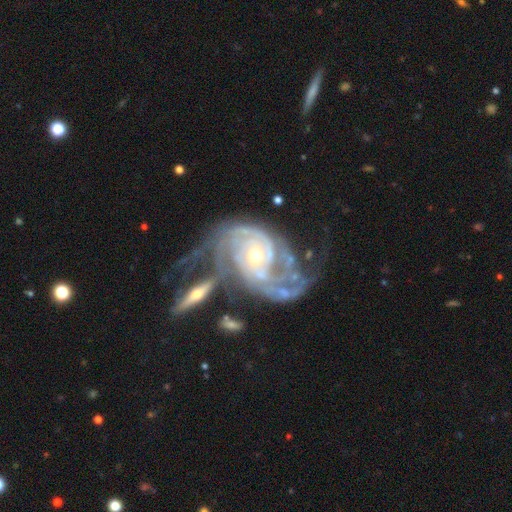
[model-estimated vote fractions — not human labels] This appears to be a featured or disk galaxy (91%) with no bar (70%), 2 (35%) tight (60%) spiral arms (97%) and a small central bulge (49%). Merging: merger (29%, tied with major disturbance).